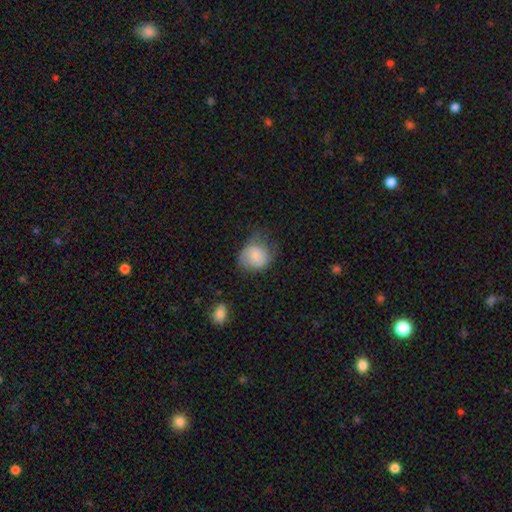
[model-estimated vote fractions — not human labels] smooth-or-featured: smooth: 75% | featured or disk: 17% | star or artifact: 8%
  how-rounded: round: 67% | in between: 33% | cigar-shaped: 1%
  merging: none: 40% | minor disturbance: 37% | major disturbance: 22% | merger: 2%